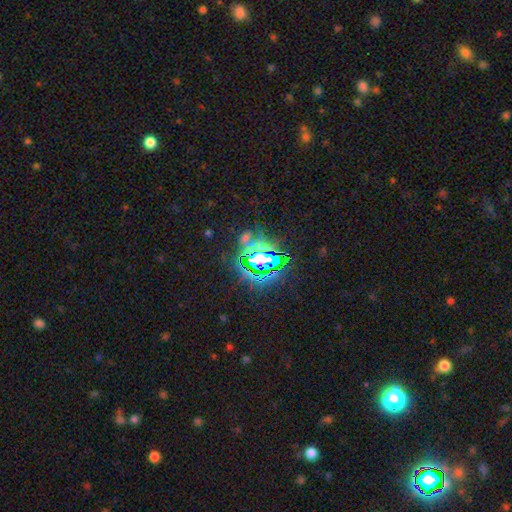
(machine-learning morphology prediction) A star or artifact, not a galaxy (83%).